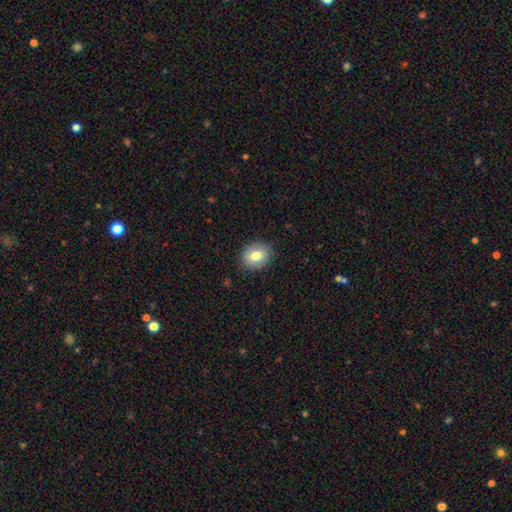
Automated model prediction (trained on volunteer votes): This is likely a smooth galaxy (76%). How rounded: possibly round (50%). Merging: clearly none (86%).